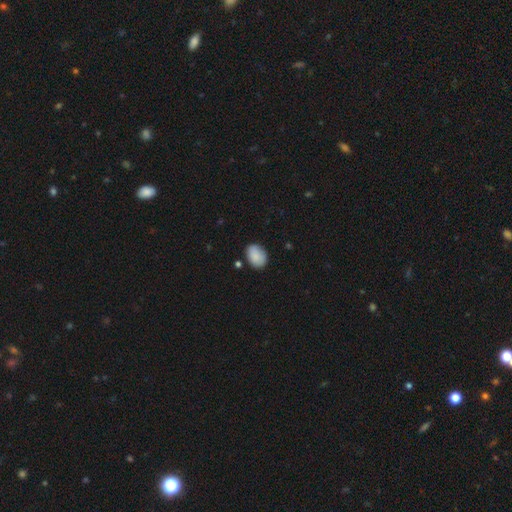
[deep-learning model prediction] Overall: smooth (88%). How rounded: in between (76%). Merging: none (78%).